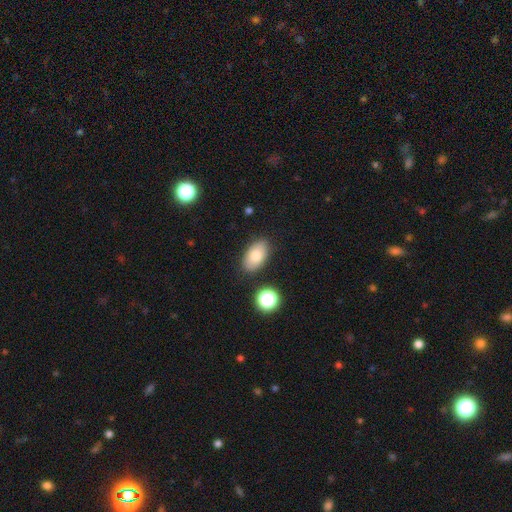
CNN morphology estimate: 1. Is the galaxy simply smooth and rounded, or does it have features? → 78% smooth, 13% featured or disk, 8% star or artifact.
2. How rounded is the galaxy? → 92% in between, 6% round, 2% cigar-shaped.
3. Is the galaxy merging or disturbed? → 84% none, 10% minor disturbance, 3% merger, 3% major disturbance.